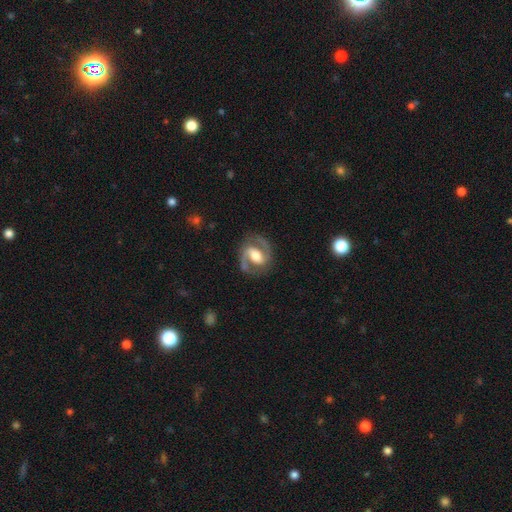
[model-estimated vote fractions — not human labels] smooth_or_featured: featured or disk (p=0.87) [alt: smooth p=0.08]
disk_edge_on: no (p=0.98) [alt: yes p=0.02]
bar: weak (p=0.42) [alt: strong p=0.36]
has_spiral_arms: yes (p=0.95) [alt: no p=0.05]
spiral_winding: medium (p=0.59) [alt: tight p=0.25]
spiral_arm_count: 2 (p=0.92) [alt: 1 p=0.02]
bulge_size: moderate (p=0.62) [alt: large p=0.21]
merging: none (p=0.81) [alt: minor disturbance p=0.12]